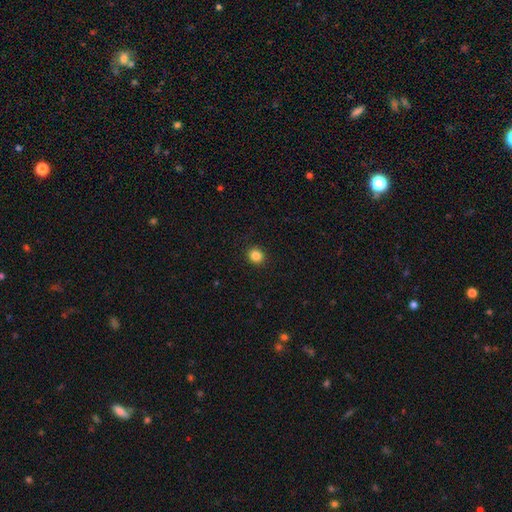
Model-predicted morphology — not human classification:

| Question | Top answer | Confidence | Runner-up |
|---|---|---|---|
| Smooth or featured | smooth | 85% | star or artifact (11%) |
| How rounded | round | 86% | in between (13%) |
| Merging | none | 92% | minor disturbance (5%) |